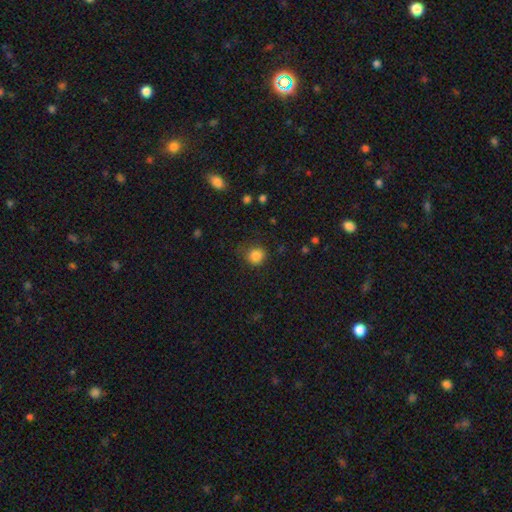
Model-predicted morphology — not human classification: Overall: smooth (84%). How rounded: round (87%). Merging: none (77%).